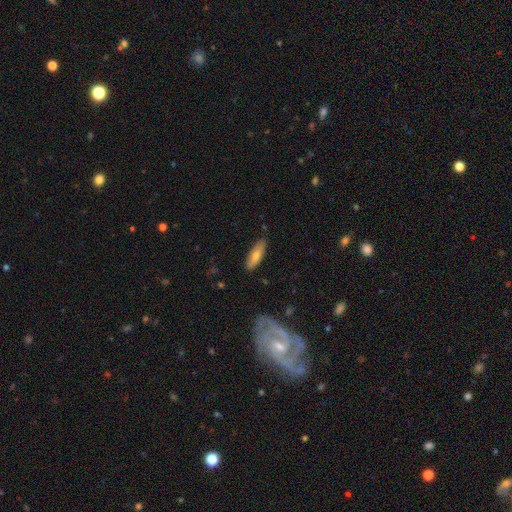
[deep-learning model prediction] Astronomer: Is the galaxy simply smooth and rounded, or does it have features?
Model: smooth — 66%.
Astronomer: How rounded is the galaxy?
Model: in between — 53% (runner-up: cigar-shaped, 44%).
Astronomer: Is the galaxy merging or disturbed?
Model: none — 84%.